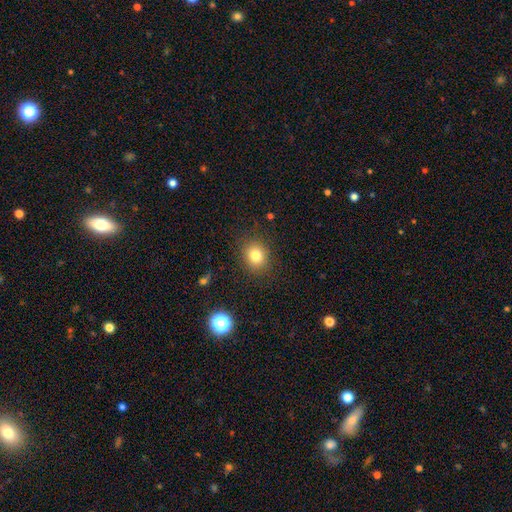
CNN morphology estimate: Q: Smooth or featured?
A: smooth (80%); runner-up: star or artifact (12%)
Q: How rounded?
A: round (71%); runner-up: in between (28%)
Q: Merging?
A: none (87%); runner-up: minor disturbance (9%)